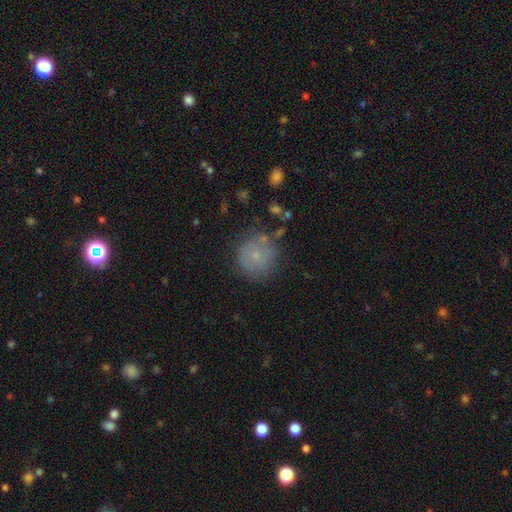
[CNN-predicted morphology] A smooth galaxy with no disk features (69%) that is round (93%).

Vote fractions:
- Smooth or featured? smooth: 69% / featured or disk: 20% / star or artifact: 12%
- How rounded? round: 93% / in between: 6% / cigar-shaped: 1%
- Merging? none: 74% / minor disturbance: 16% / major disturbance: 6% / merger: 4%